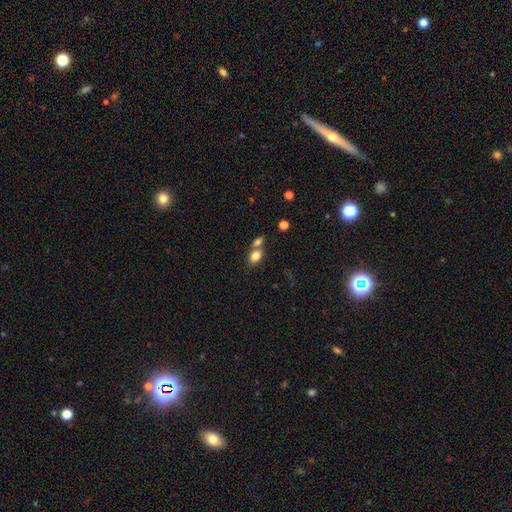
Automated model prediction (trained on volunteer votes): The model was most divided on "merging": merger: 44%, none: 42%, minor disturbance: 10%, major disturbance: 4%. More confident: smooth or featured — smooth (81%); how rounded — in between (71%).